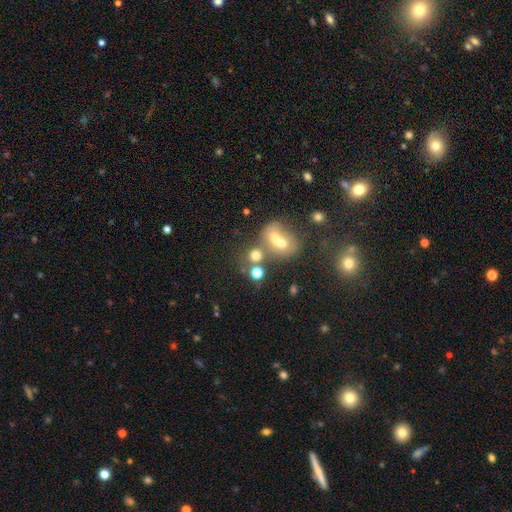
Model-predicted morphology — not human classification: This is likely a smooth galaxy (65%). How rounded: likely round (75%). Merging: possibly merger (48%).